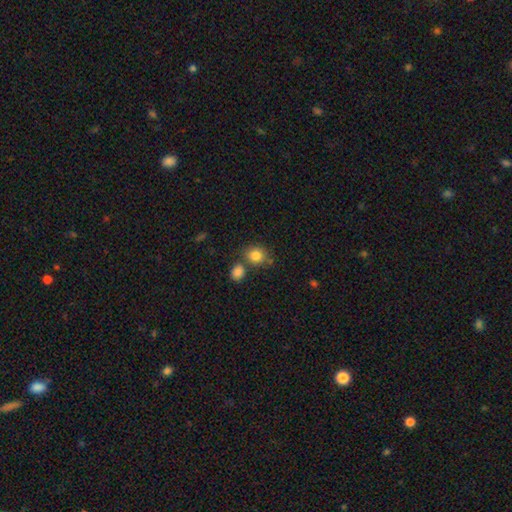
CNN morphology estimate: smooth 83%, star or artifact 10%, featured or disk 7%. Down the decision tree: how rounded — round (75%); merging — none (63%).